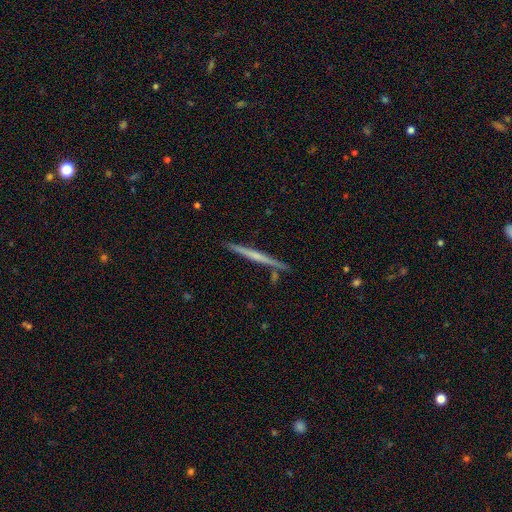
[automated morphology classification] This is likely a featured or disk galaxy (62%). It is clearly viewed edge-on (98%). Edge-on bulge: likely none (64%). Merging: clearly none (87%).